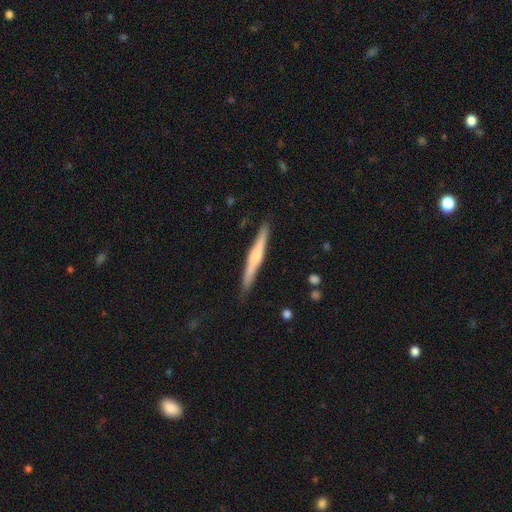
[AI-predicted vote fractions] Smooth or featured: featured or disk — 56% (smooth — 38%)
Edge-on disk: yes — 97% (no — 3%)
Edge-on bulge: rounded — 56% (none — 26%)
Merging: none — 87% (minor disturbance — 10%)